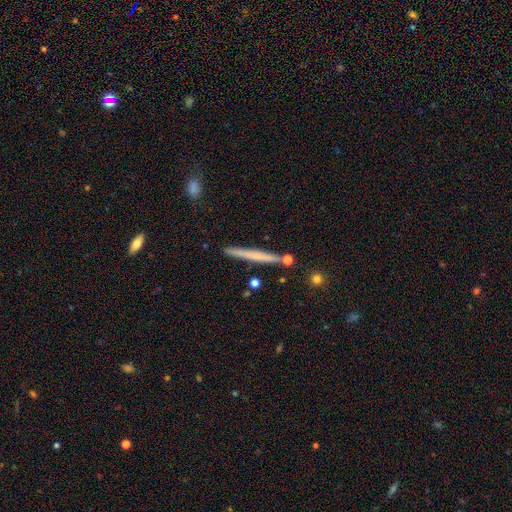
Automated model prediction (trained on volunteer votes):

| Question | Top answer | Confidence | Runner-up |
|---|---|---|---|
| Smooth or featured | smooth | 54% | featured or disk (40%) |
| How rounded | cigar-shaped | 97% | in between (2%) |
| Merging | none | 86% | minor disturbance (8%) |